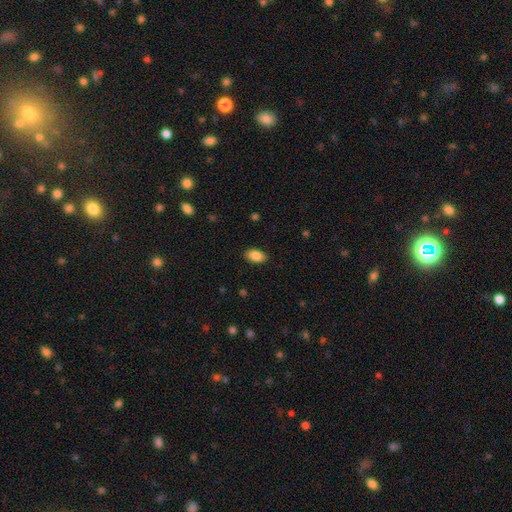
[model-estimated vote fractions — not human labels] Smooth or featured: smooth — 87% (star or artifact — 7%)
How rounded: in between — 92% (round — 6%)
Merging: none — 89% (minor disturbance — 8%)